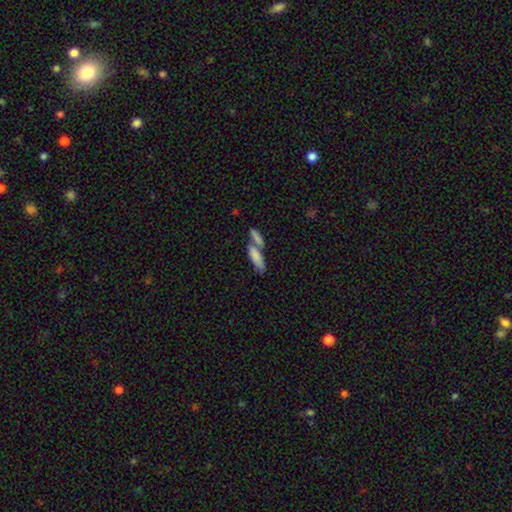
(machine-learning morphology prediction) This appears to be a smooth galaxy with no disk features (79%) that is in between round and cigar-shaped (52%). Merging: merger (49%).